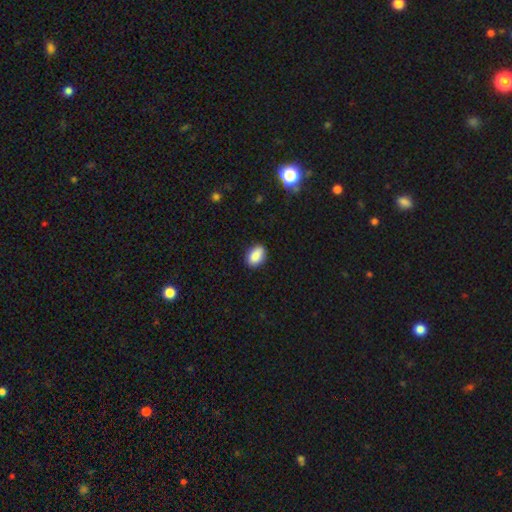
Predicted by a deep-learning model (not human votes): A smooth galaxy with no disk features (87%) that is in between round and cigar-shaped (81%). Merging: none (79%).